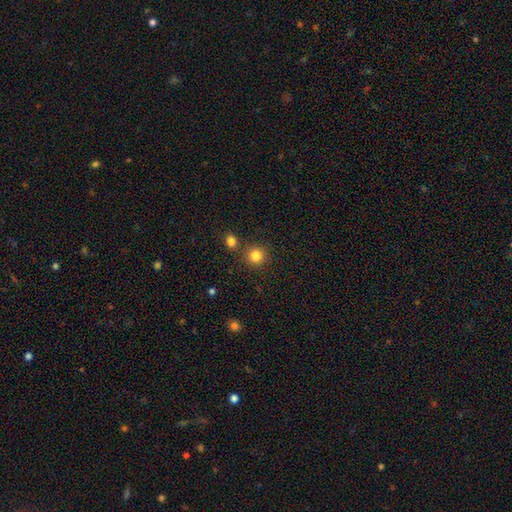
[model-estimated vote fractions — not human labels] Q: Smooth or featured?
A: smooth (83%); runner-up: star or artifact (12%)
Q: How rounded?
A: round (93%); runner-up: in between (6%)
Q: Merging?
A: none (80%); runner-up: merger (10%)